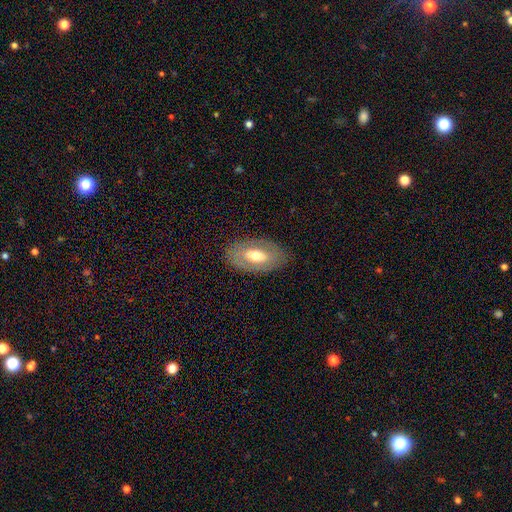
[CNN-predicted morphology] Smooth or featured? featured or disk (51%)
Edge-on disk? no (86%)
Merging? none (83%)